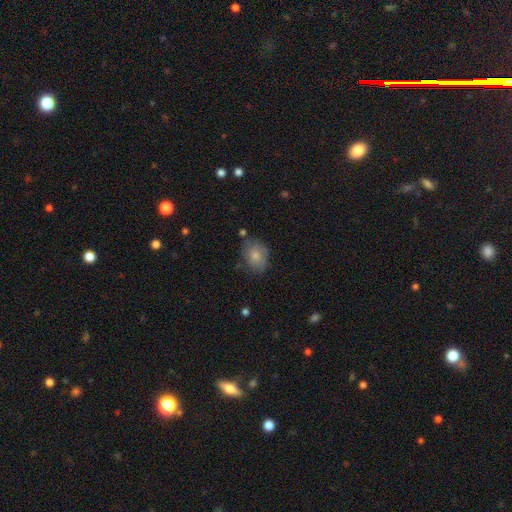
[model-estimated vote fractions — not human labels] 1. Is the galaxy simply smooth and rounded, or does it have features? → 77% smooth, 15% featured or disk, 8% star or artifact.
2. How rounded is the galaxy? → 55% in between, 44% round, 1% cigar-shaped.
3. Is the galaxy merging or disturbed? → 64% none, 25% minor disturbance, 7% major disturbance, 4% merger.